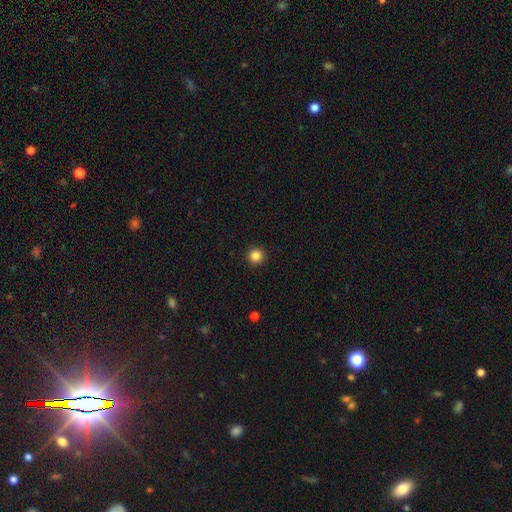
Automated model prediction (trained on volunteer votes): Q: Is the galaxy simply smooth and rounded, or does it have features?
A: smooth — 84%.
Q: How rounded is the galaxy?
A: round — 95%.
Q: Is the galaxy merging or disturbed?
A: none — 93%.